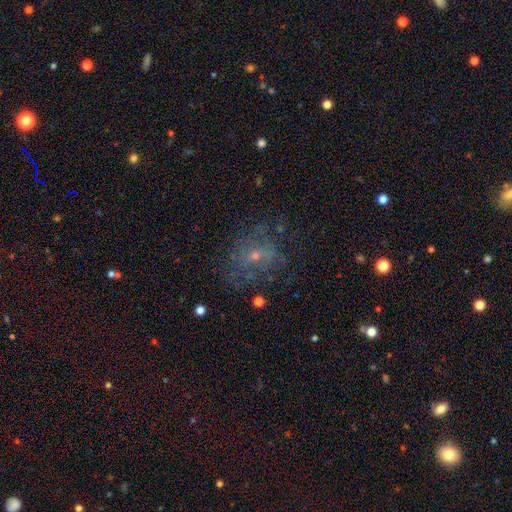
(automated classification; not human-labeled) The model was most divided on "smooth or featured": featured or disk: 47%, smooth: 36%, star or artifact: 17%. More confident: merging — none (54%).